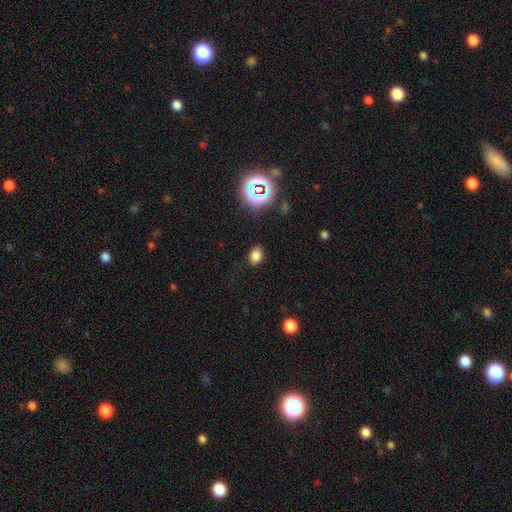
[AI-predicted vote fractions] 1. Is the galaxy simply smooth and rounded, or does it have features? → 77% smooth, 17% star or artifact, 6% featured or disk.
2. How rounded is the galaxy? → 74% in between, 24% round, 1% cigar-shaped.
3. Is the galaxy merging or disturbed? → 85% none, 10% minor disturbance, 3% major disturbance, 1% merger.